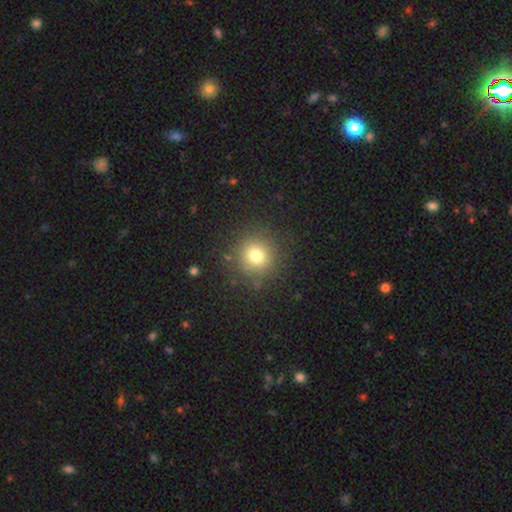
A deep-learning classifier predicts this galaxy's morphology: smooth 75%, star or artifact 16%, featured or disk 9%. Down the decision tree: how rounded — round (92%); merging — none (86%).